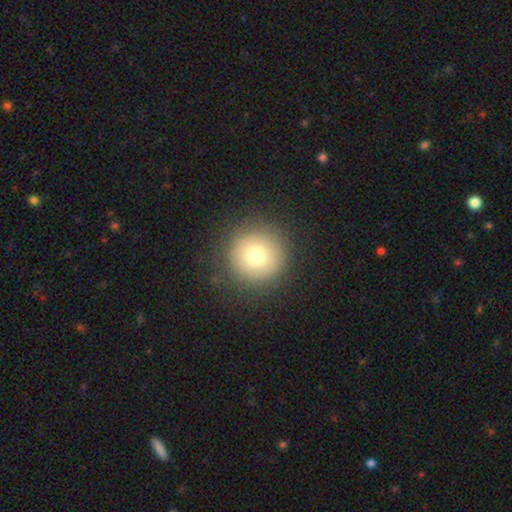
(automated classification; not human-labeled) A smooth galaxy with no disk features (76%) that is round (96%). Merging: none (90%).